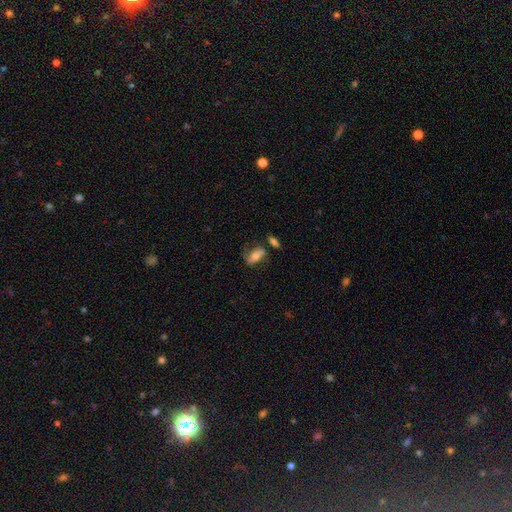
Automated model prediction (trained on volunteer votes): Q: Smooth or featured?
A: smooth (53%); runner-up: featured or disk (39%)
Q: How rounded?
A: in between (83%); runner-up: cigar-shaped (9%)
Q: Merging?
A: none (52%); runner-up: minor disturbance (23%)